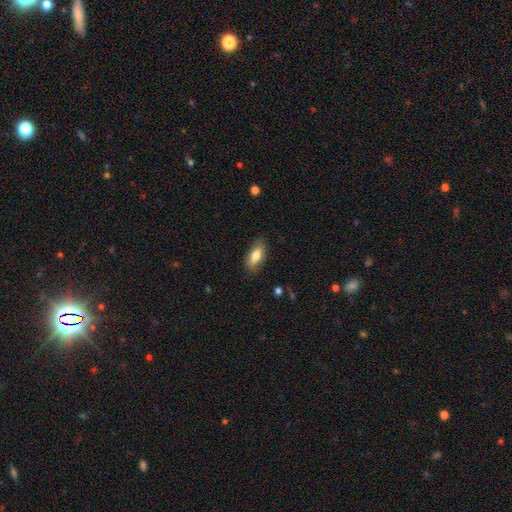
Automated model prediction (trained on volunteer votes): Morphology: type=smooth (74%); roundness=in between (85%); merging=none (80%).